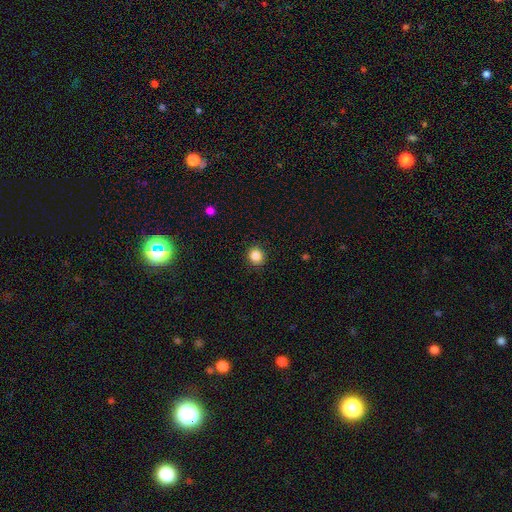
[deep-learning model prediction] smooth-or-featured: smooth: 86% | star or artifact: 10% | featured or disk: 3%
  how-rounded: round: 84% | in between: 15% | cigar-shaped: 1%
  merging: none: 90% | minor disturbance: 7% | major disturbance: 2% | merger: 1%